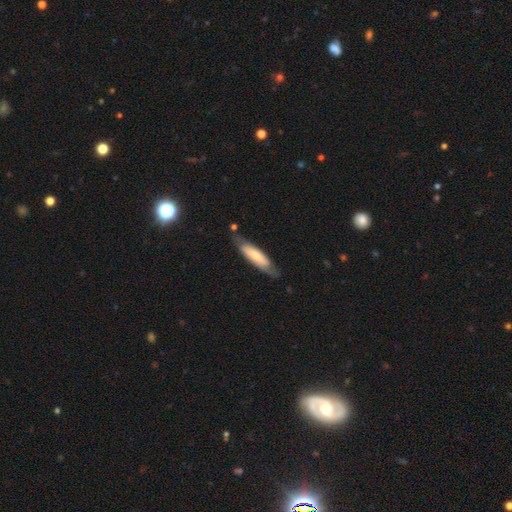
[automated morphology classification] smooth 58%, featured or disk 36%, star or artifact 5%. Down the decision tree: how rounded — cigar-shaped (65%); merging — none (68%).